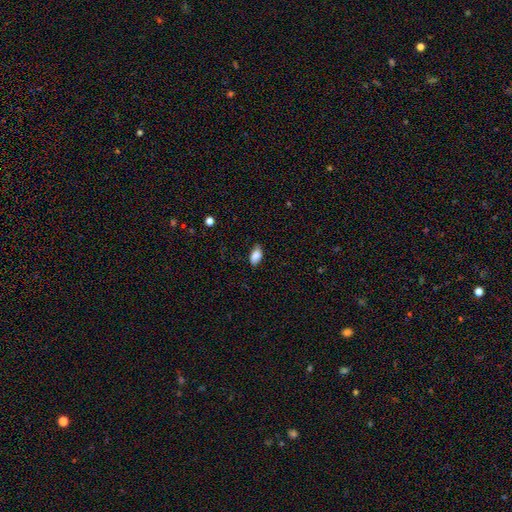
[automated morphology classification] type=smooth (86%); roundness=in between (92%); merging=none (79%).